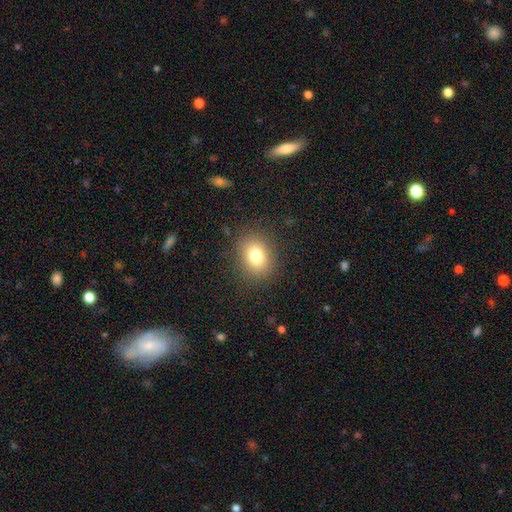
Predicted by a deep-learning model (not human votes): Smooth or featured?
  - smooth: 78% *
  - star or artifact: 12%
  - featured or disk: 10%
How rounded?
  - round: 52% *
  - in between: 48%
  - cigar-shaped: 1%
Merging?
  - none: 86% *
  - minor disturbance: 9%
  - major disturbance: 4%
  - merger: 1%